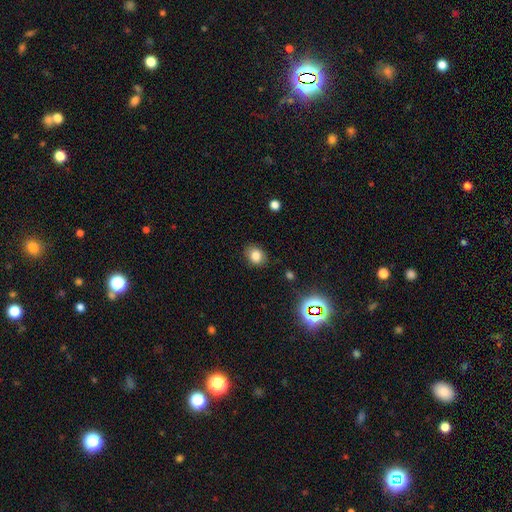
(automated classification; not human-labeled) This is clearly a smooth galaxy (81%). How rounded: possibly in between (50%, tied with round). Merging: clearly none (85%).